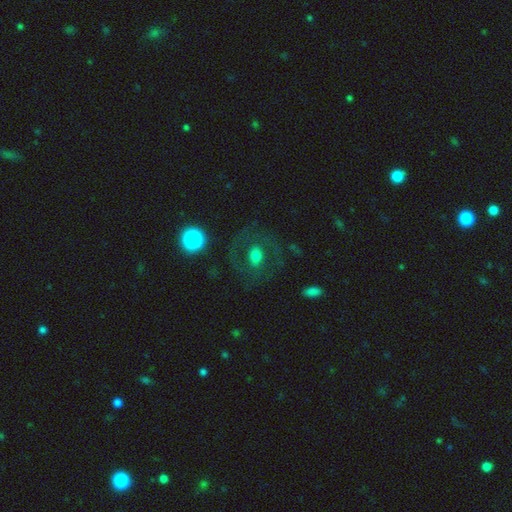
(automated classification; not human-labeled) featured or disk 47%, smooth 42%, star or artifact 12%. Down the decision tree: merging — none (72%).